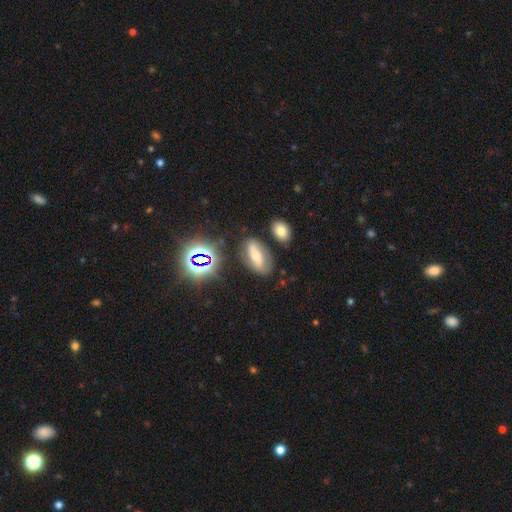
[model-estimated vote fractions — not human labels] Smooth or featured?
  - featured or disk: 41% *
  - smooth: 40%
  - star or artifact: 18%
Merging?
  - none: 74% *
  - minor disturbance: 15%
  - major disturbance: 6%
  - merger: 6%